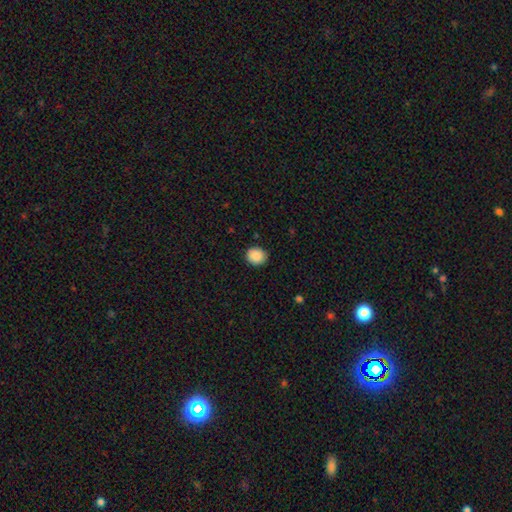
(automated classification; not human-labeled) Smooth or featured?
  - smooth: 89% *
  - star or artifact: 8%
  - featured or disk: 3%
How rounded?
  - round: 77% *
  - in between: 22%
  - cigar-shaped: 1%
Merging?
  - none: 88% *
  - minor disturbance: 9%
  - major disturbance: 2%
  - merger: 1%